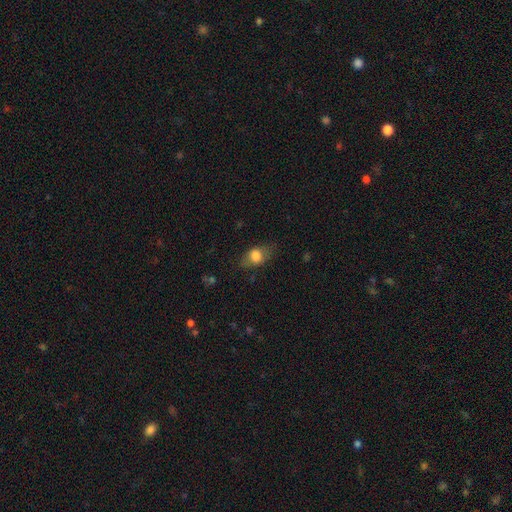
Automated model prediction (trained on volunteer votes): smooth 73%, featured or disk 18%, star or artifact 9%. Down the decision tree: how rounded — in between (74%); merging — none (67%).